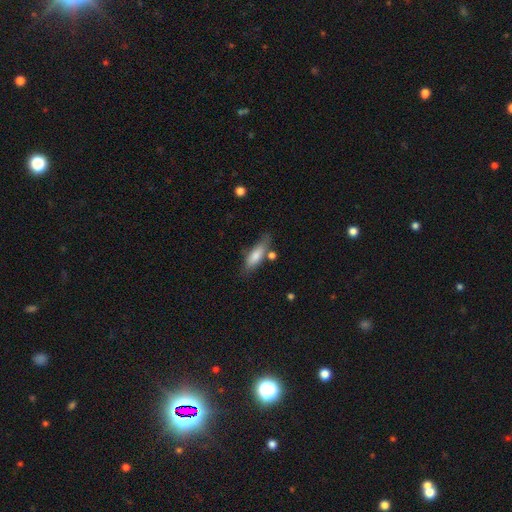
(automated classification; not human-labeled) This appears to be a smooth galaxy with no disk features (76%) that is in between round and cigar-shaped (51%). Merging: none (65%).